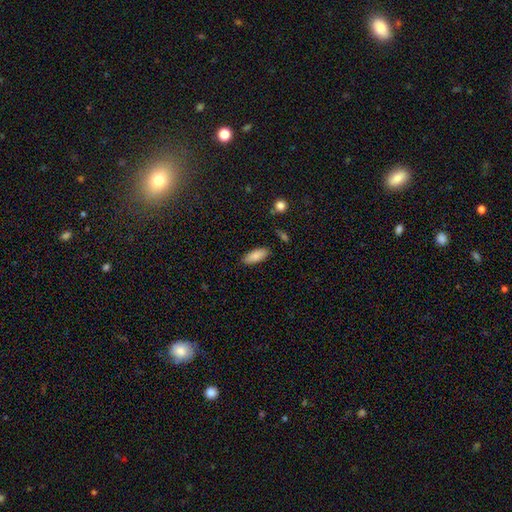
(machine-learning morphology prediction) smooth 86%, featured or disk 7%, star or artifact 7%. Down the decision tree: how rounded — in between (79%); merging — none (85%).